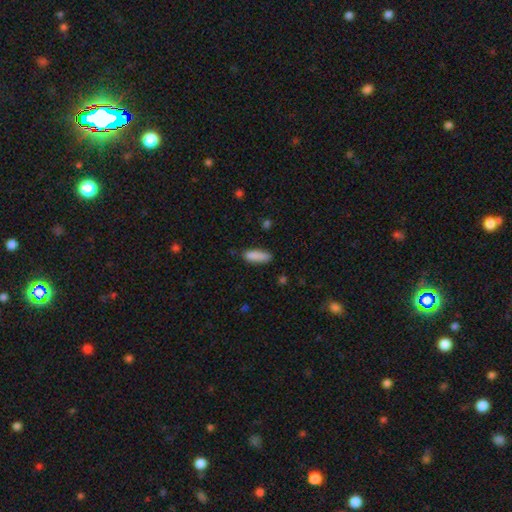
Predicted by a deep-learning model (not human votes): Smooth or featured?
  - smooth: 87% *
  - star or artifact: 7%
  - featured or disk: 6%
How rounded?
  - cigar-shaped: 50% *
  - in between: 48%
  - round: 2%
Merging?
  - none: 77% *
  - minor disturbance: 18%
  - major disturbance: 3%
  - merger: 2%